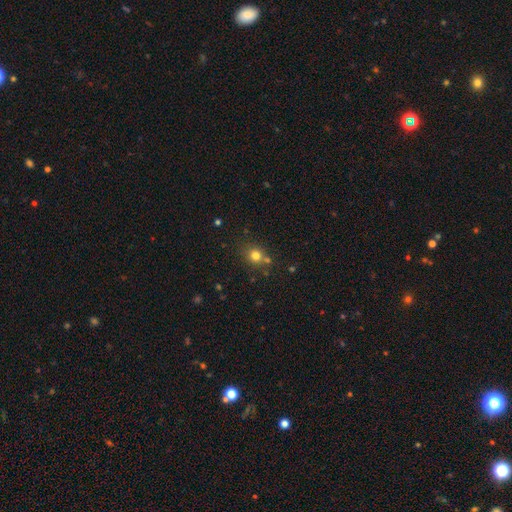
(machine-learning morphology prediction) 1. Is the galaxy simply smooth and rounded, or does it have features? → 77% smooth, 15% star or artifact, 8% featured or disk.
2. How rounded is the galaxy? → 84% round, 15% in between, 1% cigar-shaped.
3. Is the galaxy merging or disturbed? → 69% none, 16% merger, 11% minor disturbance, 4% major disturbance.